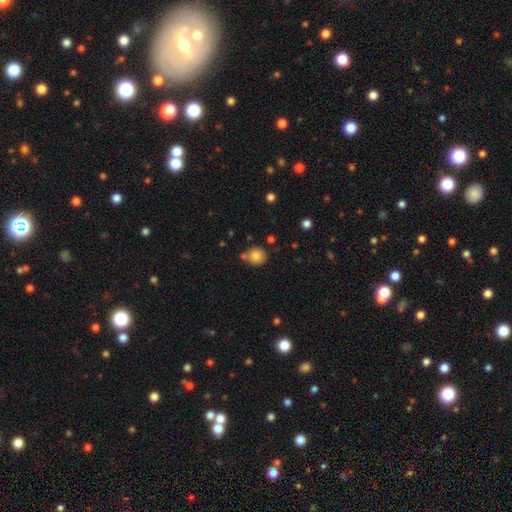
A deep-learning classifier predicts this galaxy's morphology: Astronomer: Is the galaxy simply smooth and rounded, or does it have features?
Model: smooth — 81%.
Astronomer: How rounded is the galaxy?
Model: round — 82%.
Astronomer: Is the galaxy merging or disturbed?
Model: none — 67%.